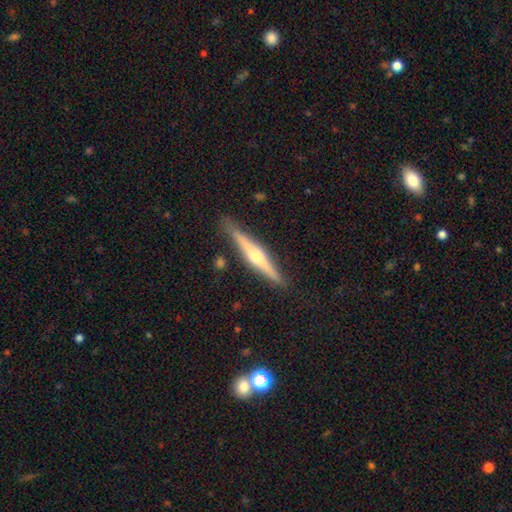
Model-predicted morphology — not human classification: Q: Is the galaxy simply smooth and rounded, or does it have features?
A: featured or disk — 72%.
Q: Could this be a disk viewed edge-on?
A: yes — 98%.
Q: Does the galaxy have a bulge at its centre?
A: rounded — 89%.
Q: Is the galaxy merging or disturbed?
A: none — 87%.